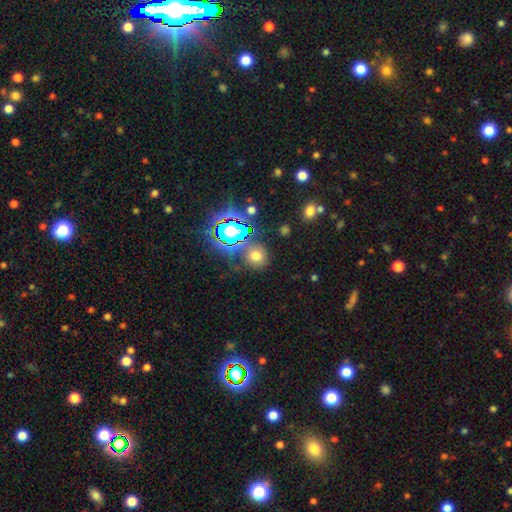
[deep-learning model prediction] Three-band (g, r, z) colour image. It shows a smooth galaxy with no disk features (60%) that is round (81%). Merging: none (76%).